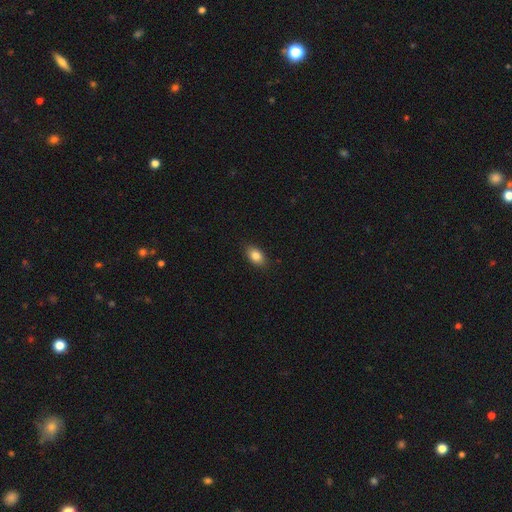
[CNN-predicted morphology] smooth-or-featured: smooth: 85% | star or artifact: 8% | featured or disk: 7%
  how-rounded: in between: 87% | round: 11% | cigar-shaped: 2%
  merging: none: 88% | minor disturbance: 9% | major disturbance: 2% | merger: 1%